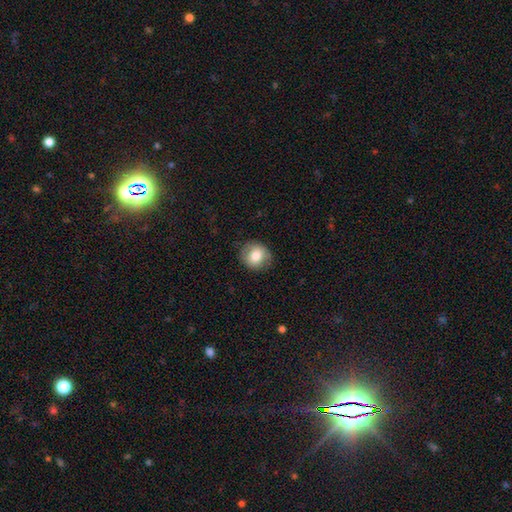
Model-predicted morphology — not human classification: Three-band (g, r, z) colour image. It shows a smooth galaxy with no disk features (77%) that is round (78%). Merging: none (81%).